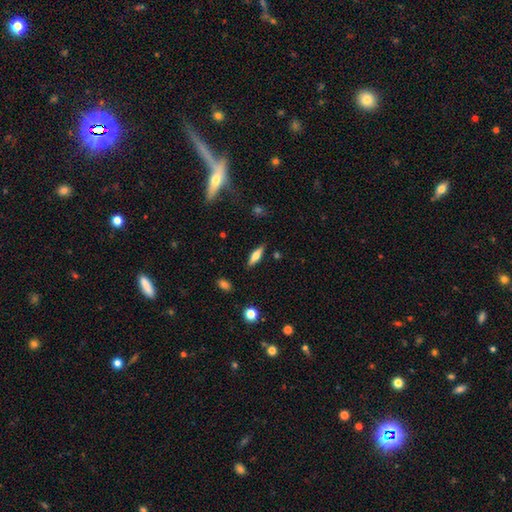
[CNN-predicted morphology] type=smooth (51%); roundness=cigar-shaped (60%); merging=none (85%).